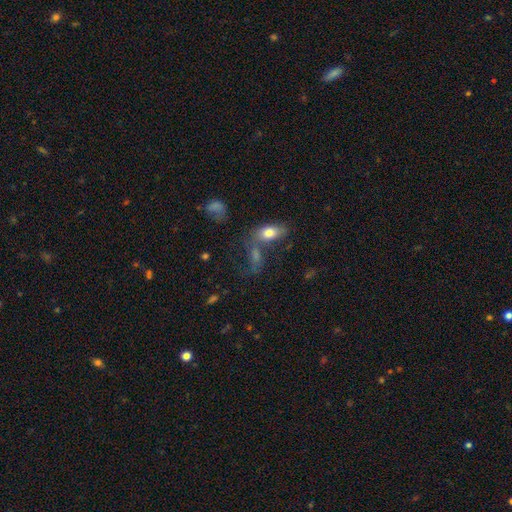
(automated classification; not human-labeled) A smooth galaxy with no disk features (60%) that is in between round and cigar-shaped (77%). Merging: none (45%).